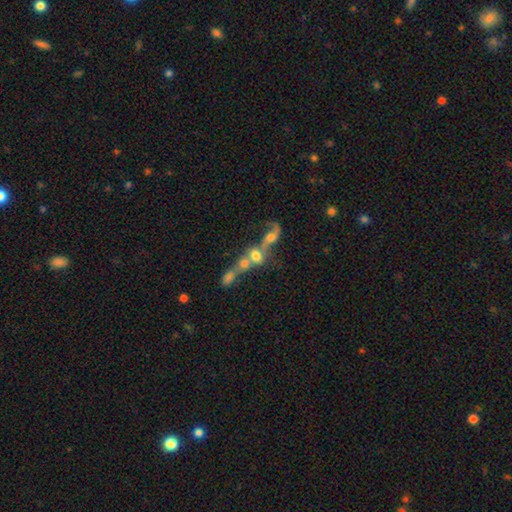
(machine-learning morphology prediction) This is possibly a smooth galaxy (45%). Merging: likely merger (75%).